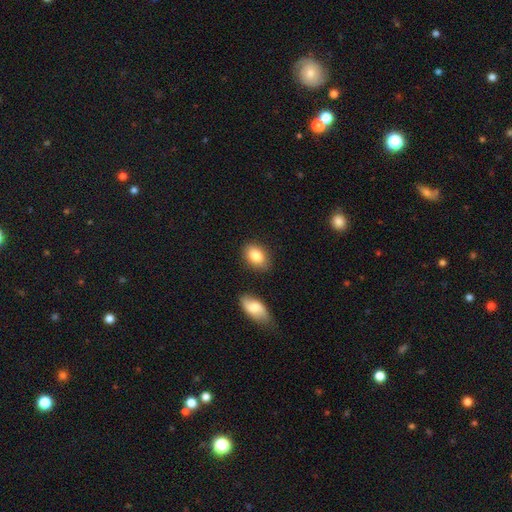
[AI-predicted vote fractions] Smooth or featured? smooth (85%)
How rounded? in between (84%)
Merging? none (81%)